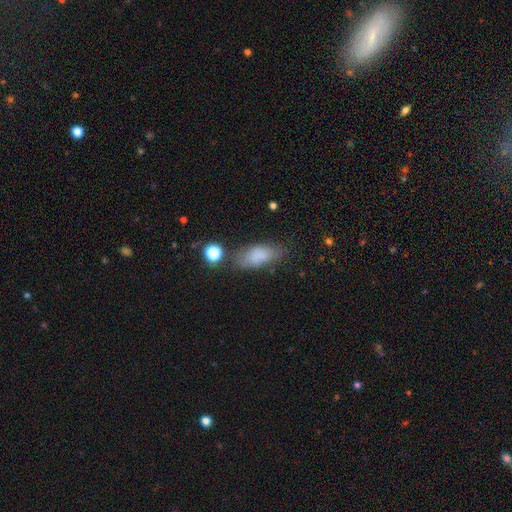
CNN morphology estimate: smooth_or_featured: smooth (p=0.78) [alt: featured or disk p=0.11]
how_rounded: in between (p=0.80) [alt: cigar-shaped p=0.16]
merging: none (p=0.65) [alt: minor disturbance p=0.22]